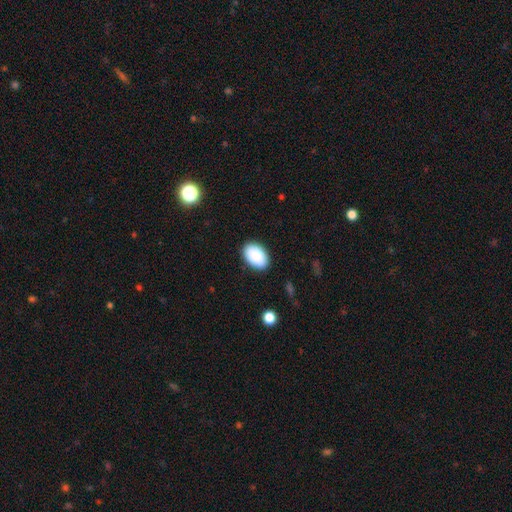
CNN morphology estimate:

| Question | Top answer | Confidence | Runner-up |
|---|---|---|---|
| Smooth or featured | smooth | 90% | star or artifact (7%) |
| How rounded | in between | 91% | round (8%) |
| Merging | none | 89% | minor disturbance (8%) |